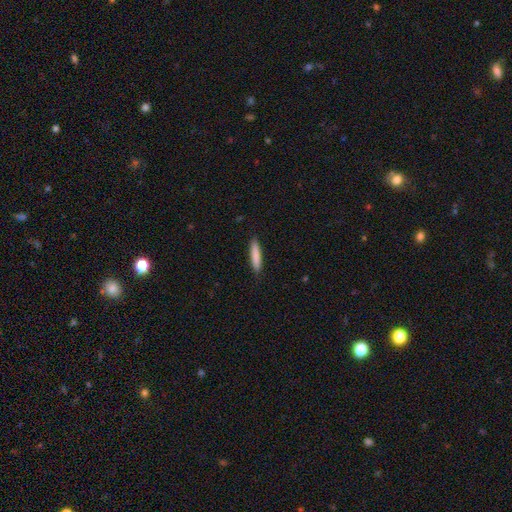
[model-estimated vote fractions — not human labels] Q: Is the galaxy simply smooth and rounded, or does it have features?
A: smooth — 84%.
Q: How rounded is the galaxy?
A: cigar-shaped — 89%.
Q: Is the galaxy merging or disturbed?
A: none — 89%.